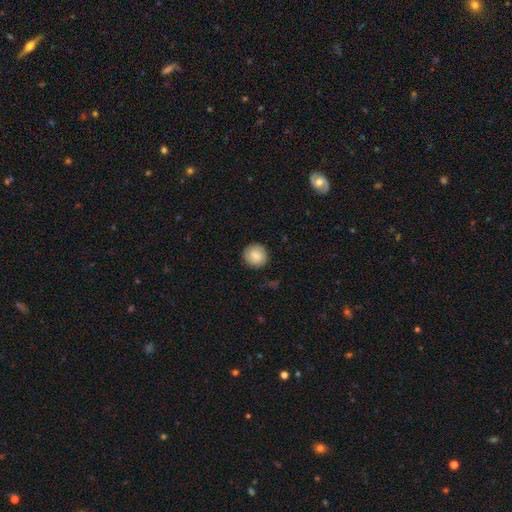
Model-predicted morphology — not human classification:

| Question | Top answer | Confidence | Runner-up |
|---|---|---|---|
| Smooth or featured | smooth | 82% | featured or disk (11%) |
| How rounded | round | 91% | in between (8%) |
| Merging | none | 86% | minor disturbance (10%) |